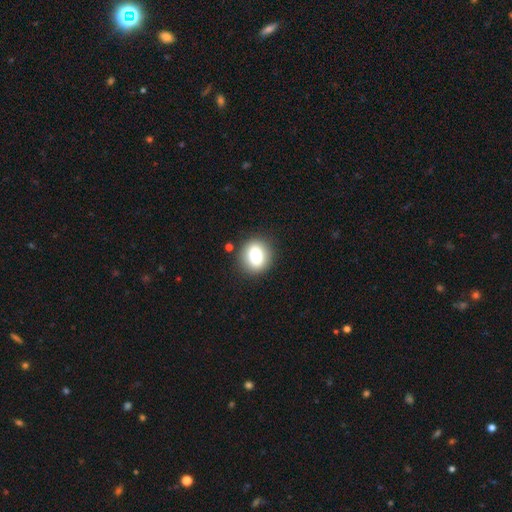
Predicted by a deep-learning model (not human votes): smooth-or-featured: smooth: 78% | featured or disk: 12% | star or artifact: 10%
  how-rounded: round: 74% | in between: 25% | cigar-shaped: 1%
  merging: none: 87% | minor disturbance: 8% | major disturbance: 3% | merger: 2%